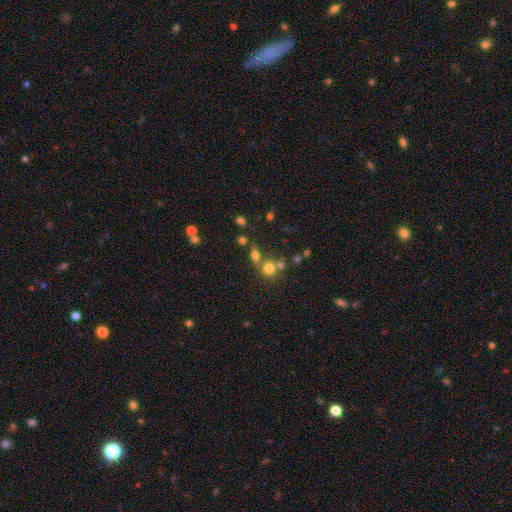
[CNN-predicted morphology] smooth-or-featured: smooth: 68% | star or artifact: 18% | featured or disk: 13%
  how-rounded: round: 58% | in between: 37% | cigar-shaped: 5%
  merging: none: 49% | merger: 35% | minor disturbance: 10% | major disturbance: 5%